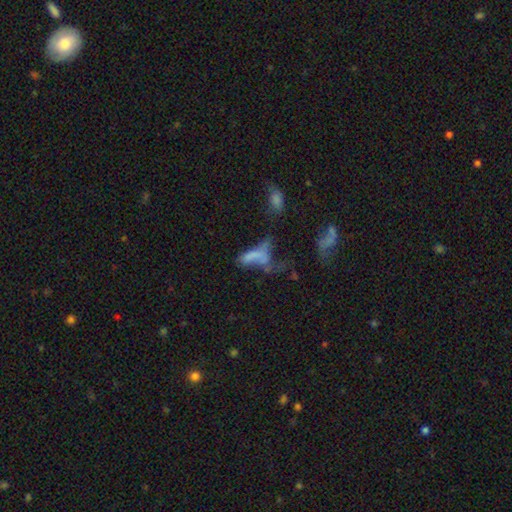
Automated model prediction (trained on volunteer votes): Overall: smooth (52%; featured or disk 30%). How rounded: in between (64%; cigar-shaped 31%). Merging: major disturbance (37%; merger 29%).